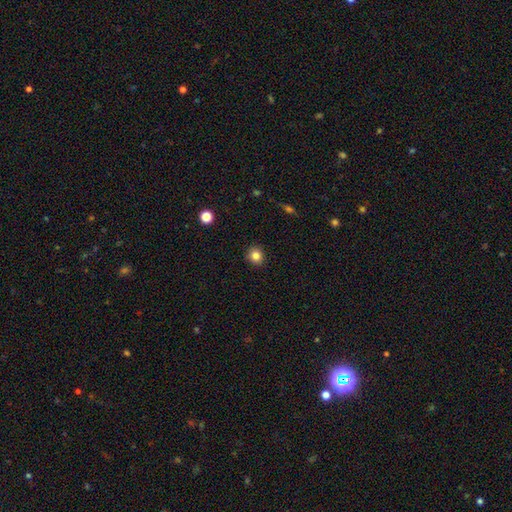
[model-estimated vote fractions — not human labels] A smooth galaxy with no disk features (84%) that is round (84%).

Vote fractions:
- Smooth or featured? smooth: 84% / star or artifact: 11% / featured or disk: 5%
- How rounded? round: 84% / in between: 15% / cigar-shaped: 1%
- Merging? none: 90% / minor disturbance: 7% / major disturbance: 2% / merger: 1%